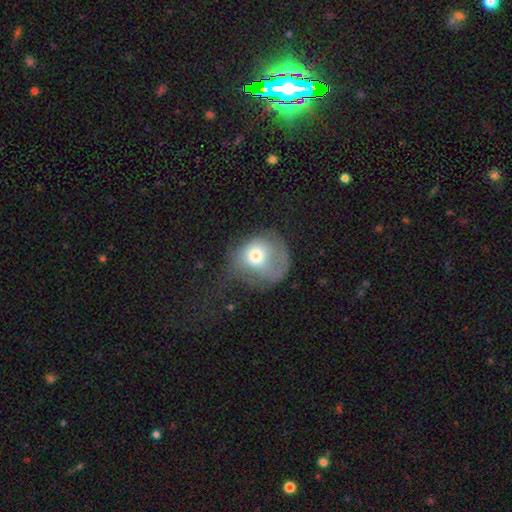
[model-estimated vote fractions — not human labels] smooth-or-featured: smooth: 63% | featured or disk: 28% | star or artifact: 9%
  how-rounded: round: 72% | in between: 27% | cigar-shaped: 1%
  merging: major disturbance: 49% | minor disturbance: 24% | none: 24% | merger: 3%